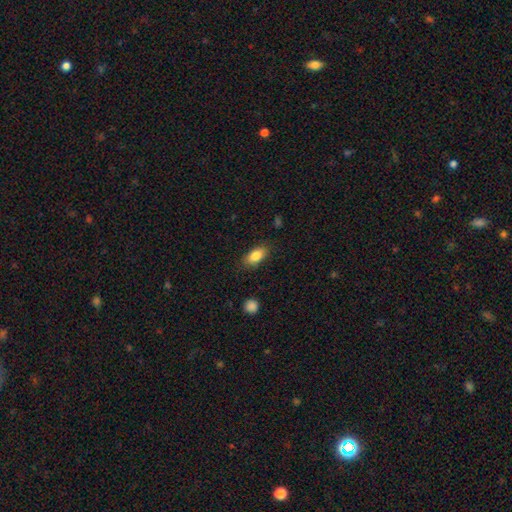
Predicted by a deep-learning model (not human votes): Overall: smooth (84%). How rounded: in between (88%). Merging: none (84%).